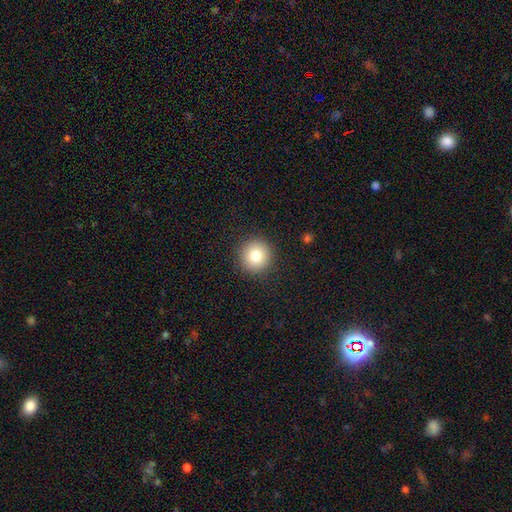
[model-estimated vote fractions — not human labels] Q: Smooth or featured?
A: smooth (80%); runner-up: star or artifact (11%)
Q: How rounded?
A: round (95%); runner-up: in between (5%)
Q: Merging?
A: none (91%); runner-up: minor disturbance (5%)